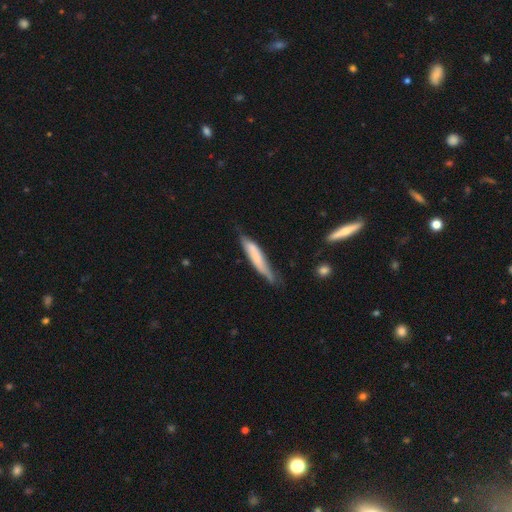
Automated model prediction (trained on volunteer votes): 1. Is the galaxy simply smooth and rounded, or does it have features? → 63% smooth, 32% featured or disk, 6% star or artifact.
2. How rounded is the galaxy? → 88% cigar-shaped, 11% in between, 1% round.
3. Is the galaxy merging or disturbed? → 51% none, 36% minor disturbance, 9% major disturbance, 4% merger.